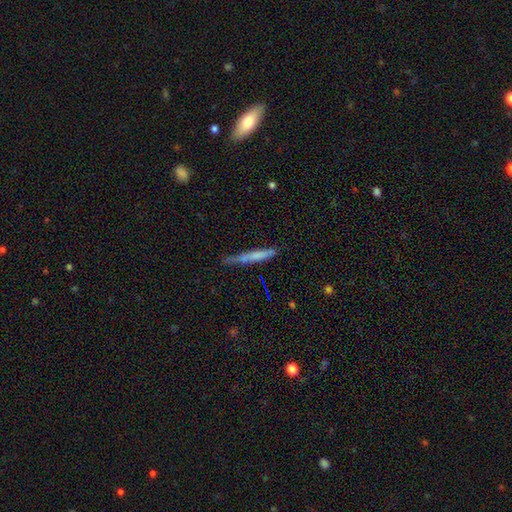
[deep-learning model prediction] The model was most divided on "smooth or featured": smooth: 57%, featured or disk: 35%, star or artifact: 8%. More confident: how rounded — cigar-shaped (95%); merging — none (65%).